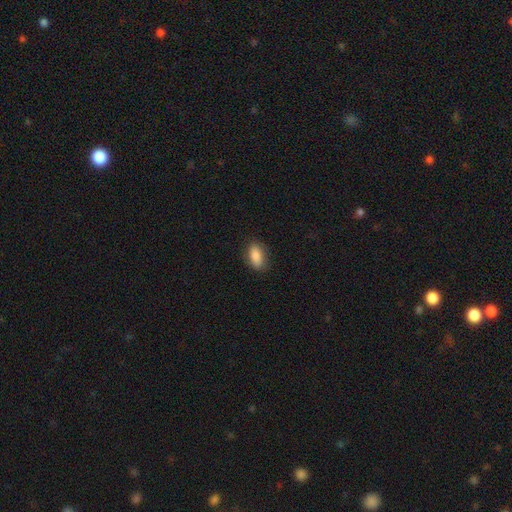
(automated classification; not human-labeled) smooth_or_featured: smooth (p=0.86) [alt: star or artifact p=0.07]
how_rounded: in between (p=0.87) [alt: cigar-shaped p=0.09]
merging: none (p=0.84) [alt: minor disturbance p=0.12]